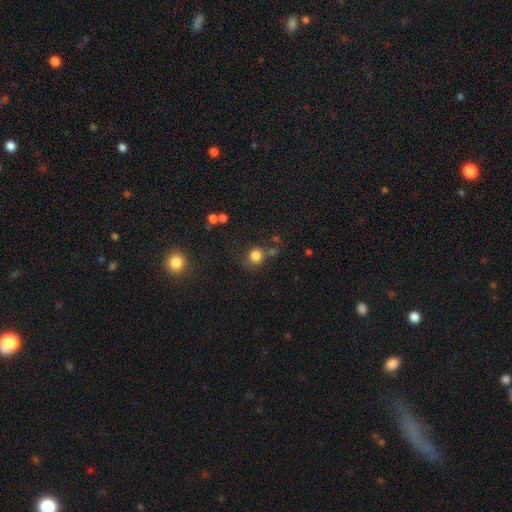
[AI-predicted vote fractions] A smooth galaxy with no disk features (81%) that is round (87%).

Vote fractions:
- Smooth or featured? smooth: 81% / star or artifact: 13% / featured or disk: 6%
- How rounded? round: 87% / in between: 12% / cigar-shaped: 1%
- Merging? none: 67% / minor disturbance: 15% / merger: 11% / major disturbance: 7%